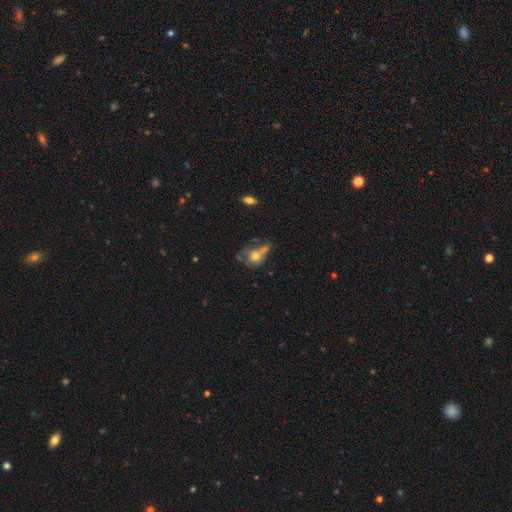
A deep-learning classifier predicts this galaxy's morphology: smooth_or_featured: smooth (p=0.57) [alt: featured or disk p=0.31]
how_rounded: round (p=0.56) [alt: in between p=0.41]
merging: none (p=0.31) [alt: merger p=0.24]